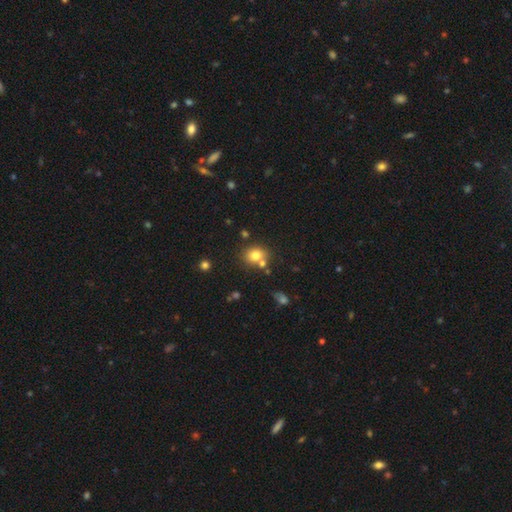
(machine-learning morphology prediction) Smooth or featured: smooth — 76% (star or artifact — 13%)
How rounded: round — 67% (in between — 32%)
Merging: none — 63% (merger — 21%)